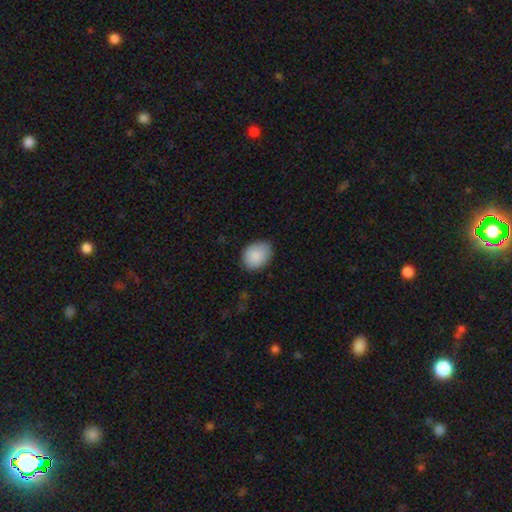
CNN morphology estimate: Smooth or featured?
  - smooth: 89% *
  - star or artifact: 7%
  - featured or disk: 5%
How rounded?
  - in between: 64% *
  - round: 35%
  - cigar-shaped: 1%
Merging?
  - none: 75% *
  - minor disturbance: 20%
  - major disturbance: 3%
  - merger: 1%